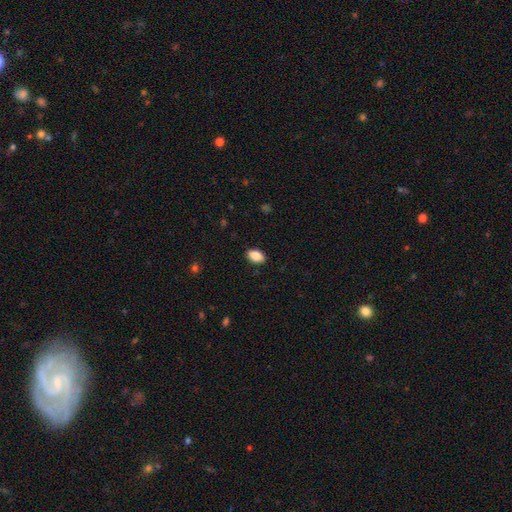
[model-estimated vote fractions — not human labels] Overall: smooth (88%). How rounded: in between (90%). Merging: none (89%).